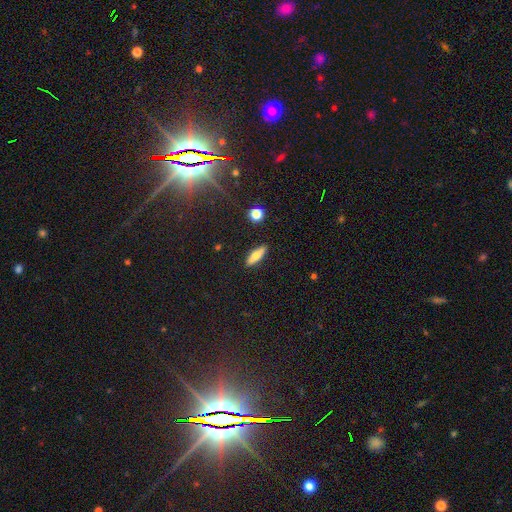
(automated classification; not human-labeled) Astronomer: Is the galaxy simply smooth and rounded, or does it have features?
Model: smooth — 66%.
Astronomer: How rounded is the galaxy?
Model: cigar-shaped — 58% (runner-up: in between, 39%).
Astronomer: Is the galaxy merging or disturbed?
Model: none — 89%.